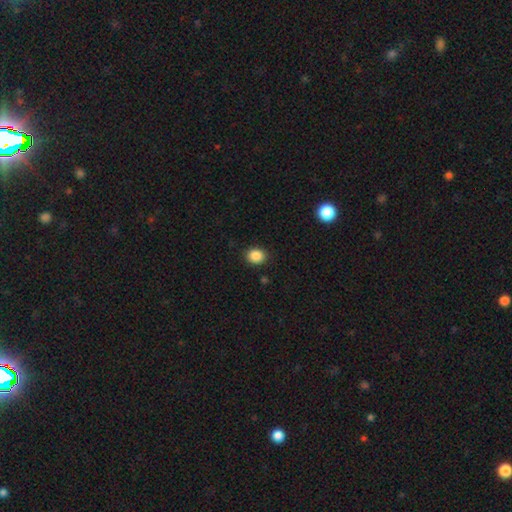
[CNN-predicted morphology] Smooth or featured?
  - smooth: 88% *
  - star or artifact: 10%
  - featured or disk: 3%
How rounded?
  - round: 70% *
  - in between: 29%
  - cigar-shaped: 1%
Merging?
  - none: 90% *
  - minor disturbance: 7%
  - major disturbance: 2%
  - merger: 1%